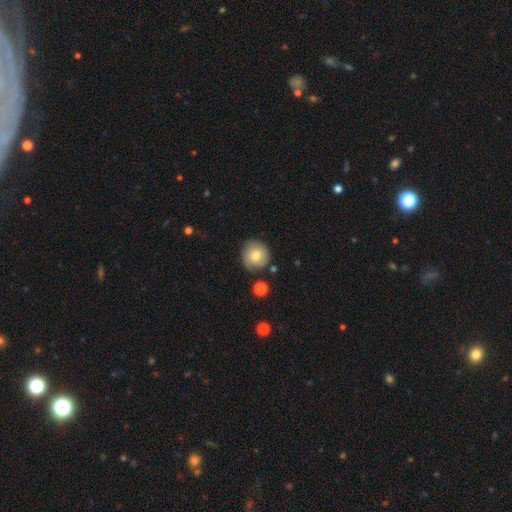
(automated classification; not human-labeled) The model was most divided on "smooth or featured": smooth: 72%, featured or disk: 20%, star or artifact: 9%. More confident: how rounded — round (93%); merging — none (77%).